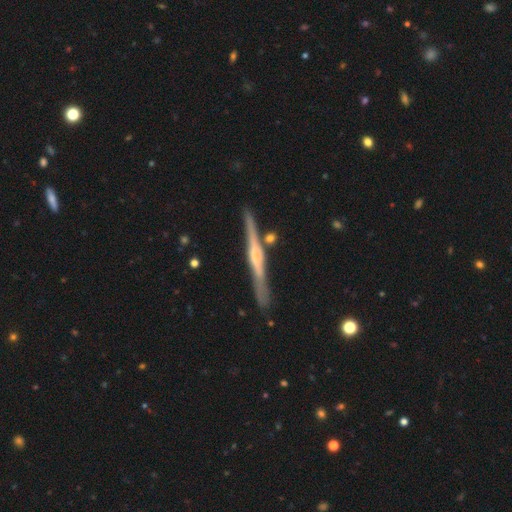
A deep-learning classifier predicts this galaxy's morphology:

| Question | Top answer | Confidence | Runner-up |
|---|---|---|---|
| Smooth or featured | featured or disk | 75% | smooth (19%) |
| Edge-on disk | yes | 98% | no (2%) |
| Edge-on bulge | rounded | 47% | boxy (31%) |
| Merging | none | 84% | minor disturbance (10%) |